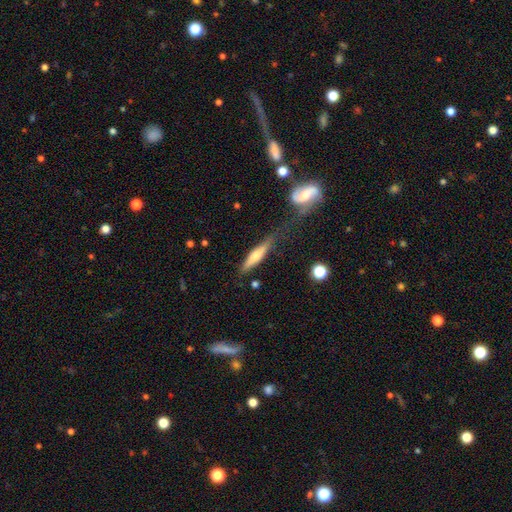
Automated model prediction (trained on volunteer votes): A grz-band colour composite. It shows a smooth galaxy with no disk features (52%) that is cigar-shaped (78%). Merging: none (64%).